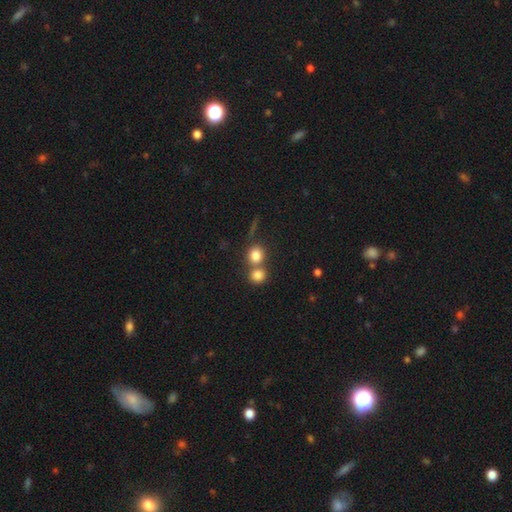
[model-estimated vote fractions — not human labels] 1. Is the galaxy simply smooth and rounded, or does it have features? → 80% smooth, 11% star or artifact, 8% featured or disk.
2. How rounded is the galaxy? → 82% round, 17% in between, 1% cigar-shaped.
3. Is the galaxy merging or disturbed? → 46% none, 43% merger, 7% minor disturbance, 3% major disturbance.